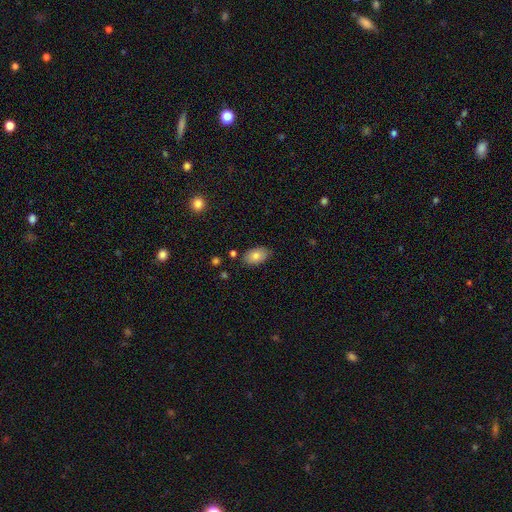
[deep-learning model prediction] Q: Smooth or featured?
A: smooth (81%); runner-up: featured or disk (11%)
Q: How rounded?
A: in between (92%); runner-up: round (6%)
Q: Merging?
A: none (83%); runner-up: minor disturbance (12%)